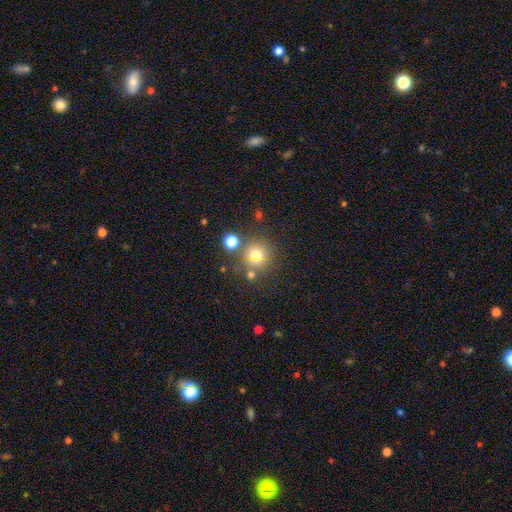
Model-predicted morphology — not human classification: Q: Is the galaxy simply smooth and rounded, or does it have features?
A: smooth — 67%.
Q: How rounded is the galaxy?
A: round — 90%.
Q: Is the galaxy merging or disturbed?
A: none — 70%.